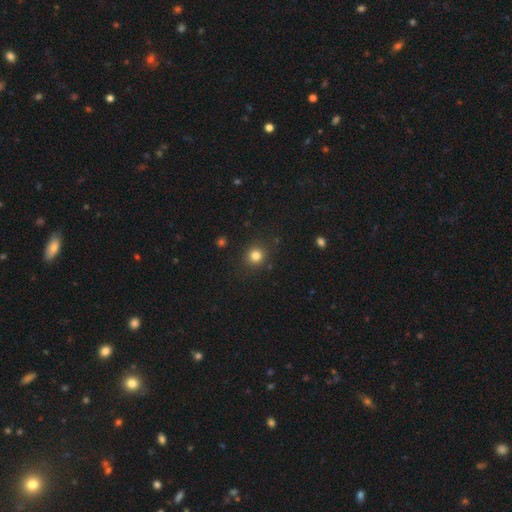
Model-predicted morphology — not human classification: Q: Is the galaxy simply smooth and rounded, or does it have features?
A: smooth — 82%.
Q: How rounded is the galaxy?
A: round — 88%.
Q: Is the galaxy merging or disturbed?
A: none — 88%.